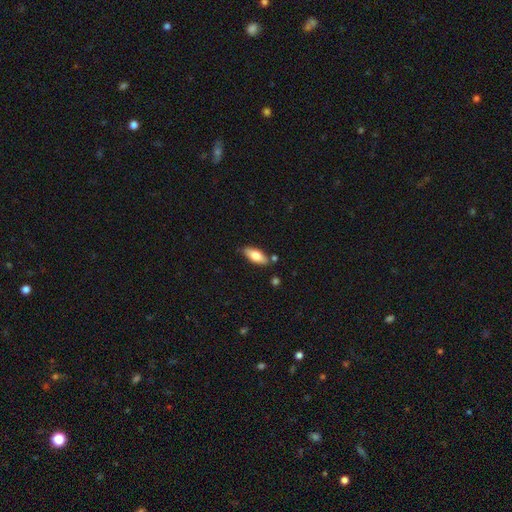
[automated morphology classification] This appears to be a smooth galaxy with no disk features (76%) that is in between round and cigar-shaped (80%). Merging: none (80%).